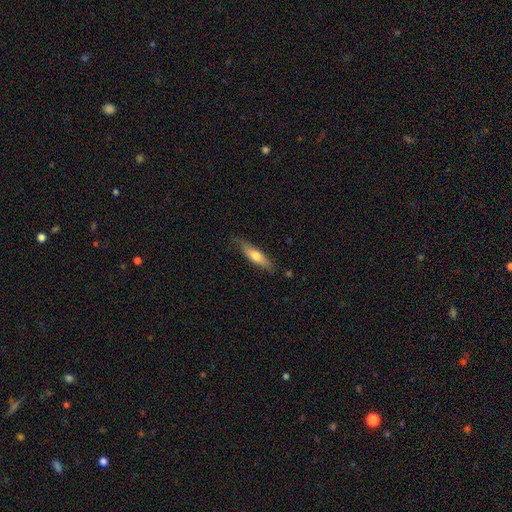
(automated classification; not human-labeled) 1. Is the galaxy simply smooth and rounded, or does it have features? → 61% smooth, 33% featured or disk, 6% star or artifact.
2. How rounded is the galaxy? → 66% cigar-shaped, 32% in between, 2% round.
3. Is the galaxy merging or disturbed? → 71% none, 23% minor disturbance, 4% major disturbance, 2% merger.